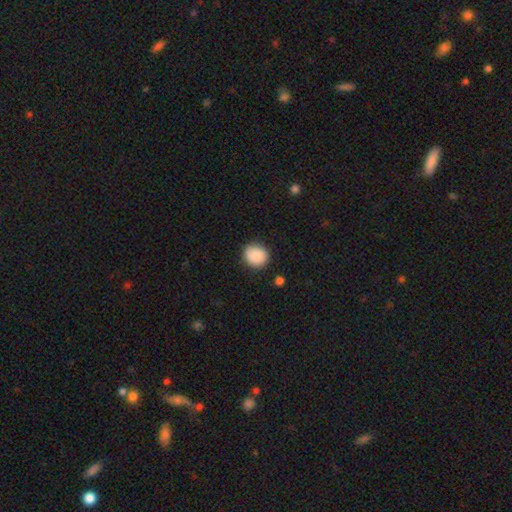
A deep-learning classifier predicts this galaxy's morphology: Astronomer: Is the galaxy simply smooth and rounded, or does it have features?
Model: smooth — 88%.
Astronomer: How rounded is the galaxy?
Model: round — 86%.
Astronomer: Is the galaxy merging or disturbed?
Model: none — 87%.